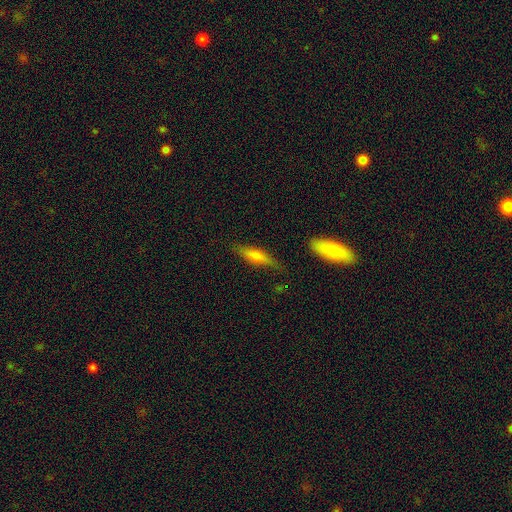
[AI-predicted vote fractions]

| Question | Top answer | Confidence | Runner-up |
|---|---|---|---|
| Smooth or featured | smooth | 57% | featured or disk (34%) |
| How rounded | cigar-shaped | 66% | in between (31%) |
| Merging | none | 75% | minor disturbance (18%) |